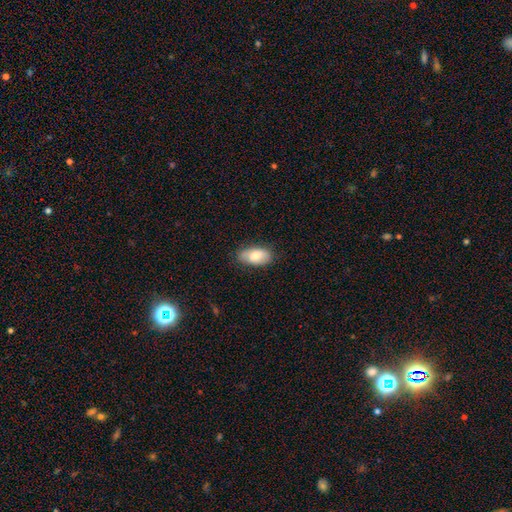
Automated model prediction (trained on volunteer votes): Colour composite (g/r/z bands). It shows a smooth galaxy with no disk features (76%) that is in between round and cigar-shaped (93%). Merging: none (79%).